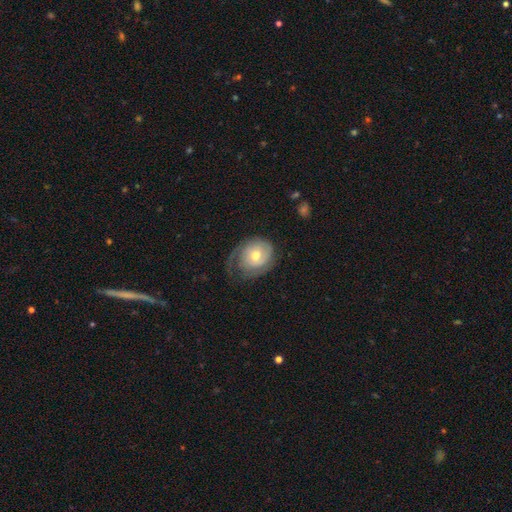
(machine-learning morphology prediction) Q: Smooth or featured?
A: featured or disk (58%); runner-up: smooth (35%)
Q: Edge-on disk?
A: no (97%); runner-up: yes (3%)
Q: Bar?
A: no (69%); runner-up: weak (26%)
Q: Spiral arms?
A: yes (81%); runner-up: no (19%)
Q: Bulge size?
A: moderate (65%); runner-up: small (28%)
Q: Merging?
A: none (48%); runner-up: minor disturbance (26%)